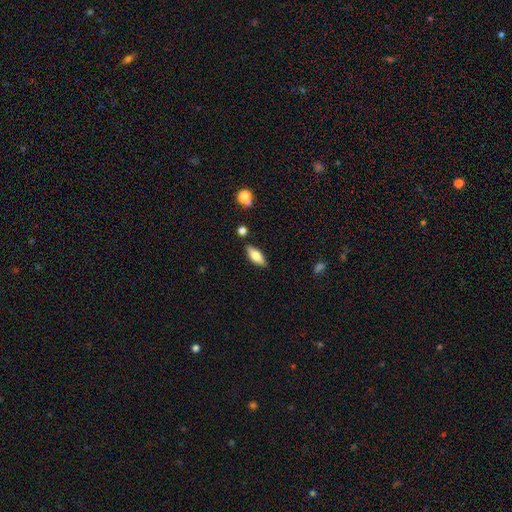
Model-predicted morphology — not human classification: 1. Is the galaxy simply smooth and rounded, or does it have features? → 70% smooth, 23% featured or disk, 7% star or artifact.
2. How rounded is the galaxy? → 74% in between, 24% cigar-shaped, 3% round.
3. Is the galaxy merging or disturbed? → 84% none, 10% minor disturbance, 3% merger, 2% major disturbance.